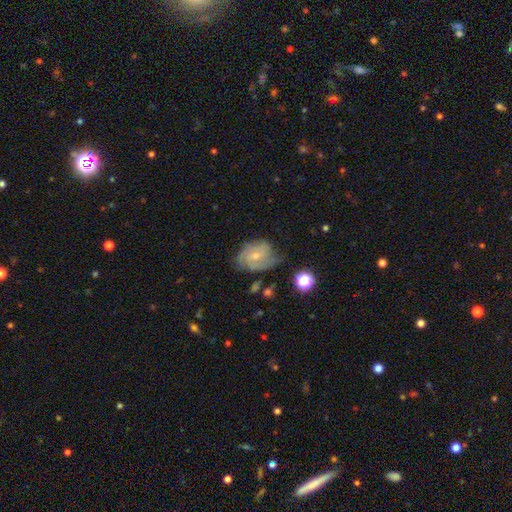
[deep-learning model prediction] Q: Smooth or featured?
A: featured or disk (66%); runner-up: smooth (25%)
Q: Edge-on disk?
A: no (97%); runner-up: yes (3%)
Q: Bar?
A: no (59%); runner-up: weak (36%)
Q: Spiral arms?
A: yes (87%); runner-up: no (13%)
Q: Spiral winding?
A: tight (45%); runner-up: medium (40%)
Q: Spiral arm count?
A: can't tell (37%); runner-up: 2 (25%)
Q: Bulge size?
A: small (60%); runner-up: moderate (33%)
Q: Merging?
A: none (56%); runner-up: minor disturbance (28%)